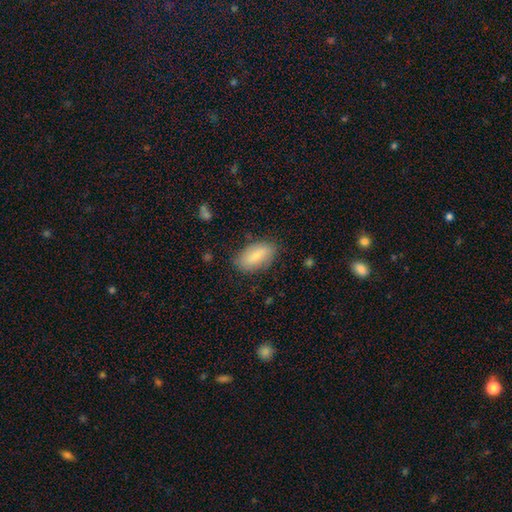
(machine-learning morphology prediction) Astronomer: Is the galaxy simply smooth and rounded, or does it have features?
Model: smooth — 82%.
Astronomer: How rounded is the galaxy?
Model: in between — 91%.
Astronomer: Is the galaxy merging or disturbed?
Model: none — 79%.